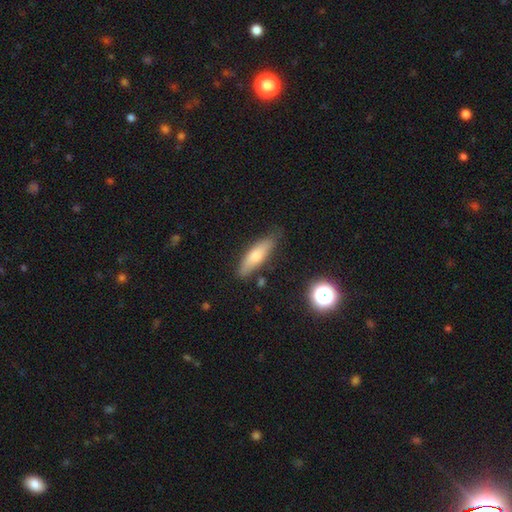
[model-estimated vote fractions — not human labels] Smooth or featured?
  - smooth: 71% *
  - featured or disk: 22%
  - star or artifact: 7%
How rounded?
  - cigar-shaped: 55% *
  - in between: 43%
  - round: 2%
Merging?
  - none: 76% *
  - minor disturbance: 18%
  - major disturbance: 3%
  - merger: 3%